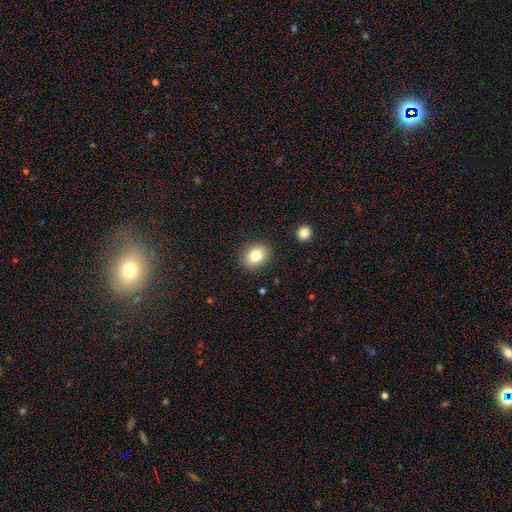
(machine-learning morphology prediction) This is clearly a smooth galaxy (81%). How rounded: possibly in between (55%). Merging: clearly none (88%).